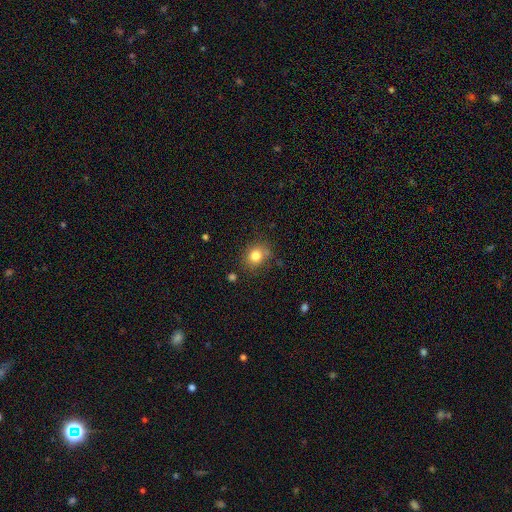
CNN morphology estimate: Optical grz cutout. It shows a smooth galaxy with no disk features (81%) that is round (63%). Merging: none (77%).